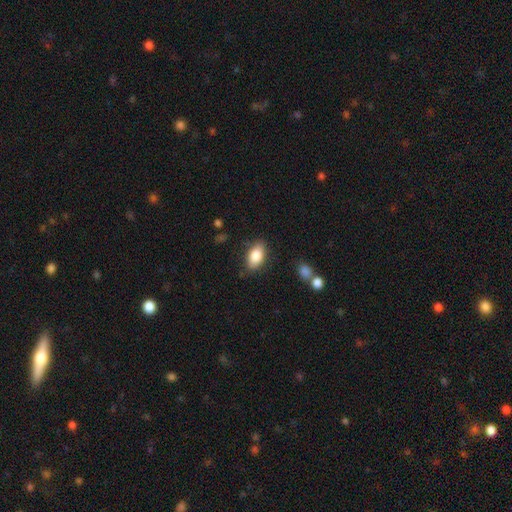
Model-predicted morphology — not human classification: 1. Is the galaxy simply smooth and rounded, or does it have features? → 84% smooth, 9% featured or disk, 7% star or artifact.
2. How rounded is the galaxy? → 91% in between, 5% round, 4% cigar-shaped.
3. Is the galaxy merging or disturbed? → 82% none, 13% minor disturbance, 3% major disturbance, 2% merger.